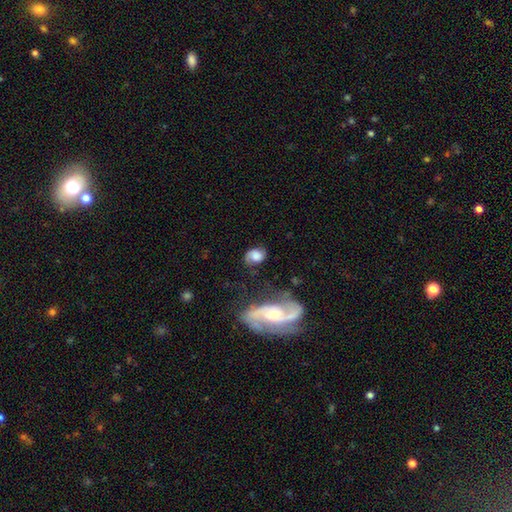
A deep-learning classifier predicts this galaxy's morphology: smooth 52%, featured or disk 38%, star or artifact 10%. Down the decision tree: how rounded — in between (60%); merging — none (59%).